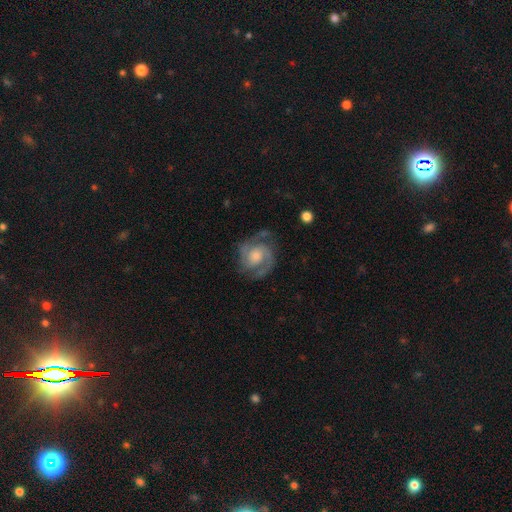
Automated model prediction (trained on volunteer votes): Overall: featured or disk (88%). Edge-on disk: no (98%). Bar: no (64%; weak 30%). Spiral arms: yes (97%). Spiral arm count: 2 (79%). Spiral winding: medium (49%; tight 42%). Bulge size: moderate (44%; small 25%). Merging: none (73%).